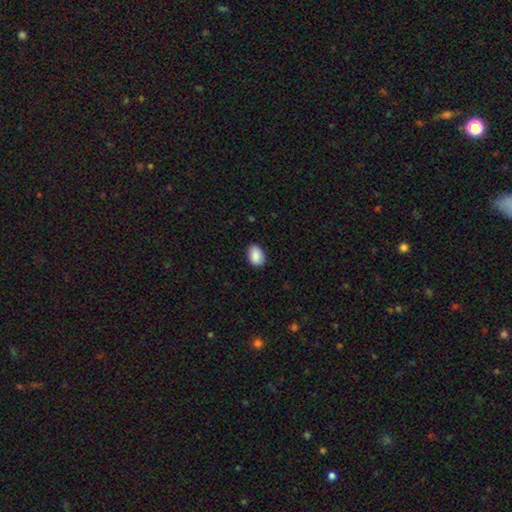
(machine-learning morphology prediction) type=smooth (89%); roundness=in between (81%); merging=none (86%).